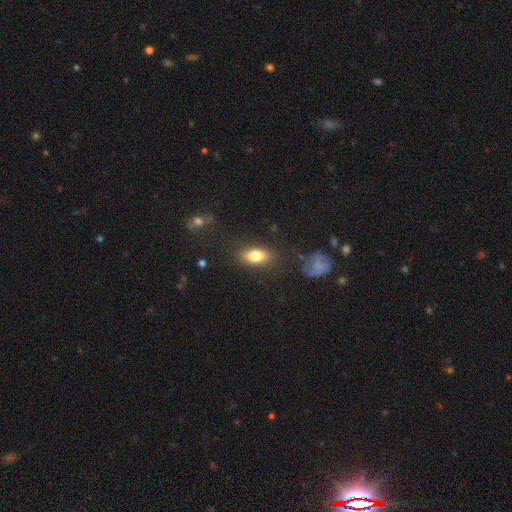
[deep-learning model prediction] Q: Smooth or featured?
A: smooth (76%); runner-up: featured or disk (15%)
Q: How rounded?
A: in between (82%); runner-up: cigar-shaped (11%)
Q: Merging?
A: none (82%); runner-up: minor disturbance (12%)